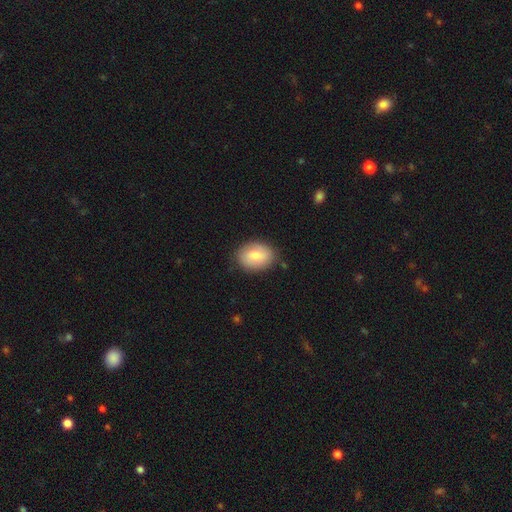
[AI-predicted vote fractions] smooth 73%, featured or disk 20%, star or artifact 6%. Down the decision tree: how rounded — in between (72%); merging — none (82%).